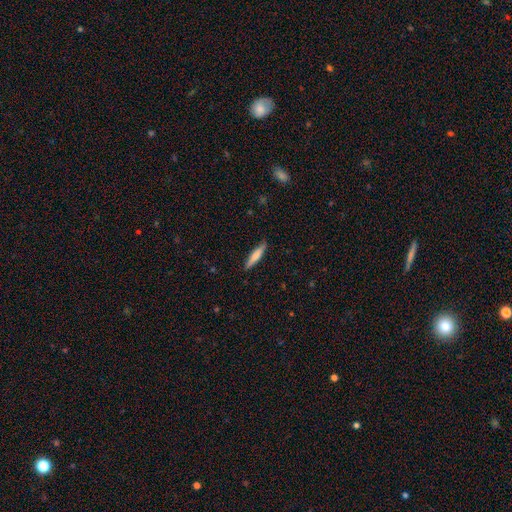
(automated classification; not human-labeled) Morphology: type=smooth (64%); roundness=cigar-shaped (88%); merging=none (89%).